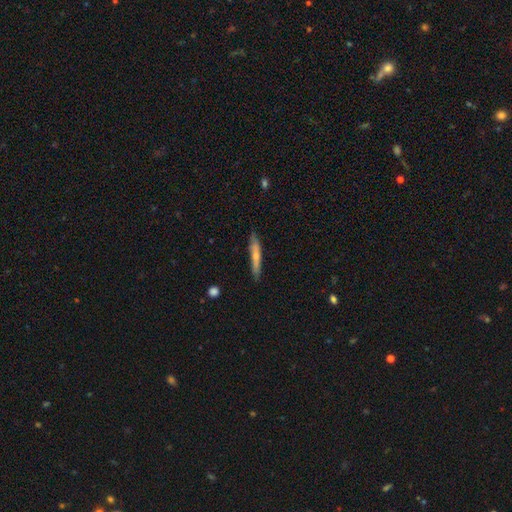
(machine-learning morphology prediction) This appears to be a smooth galaxy with no disk features (58%) that is cigar-shaped (92%). Merging: none (81%).